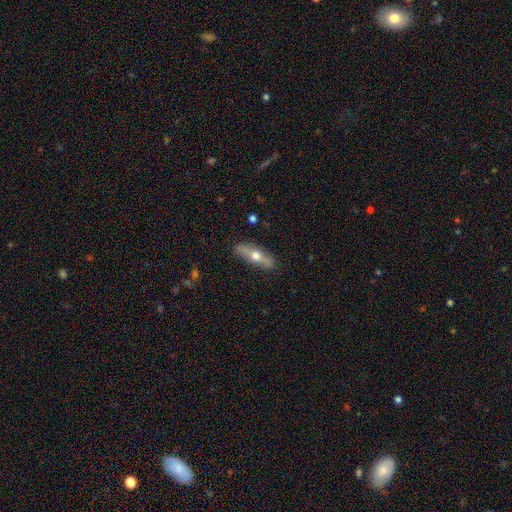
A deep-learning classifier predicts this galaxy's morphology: A featured or disk galaxy (49%). Merging: none (87%).